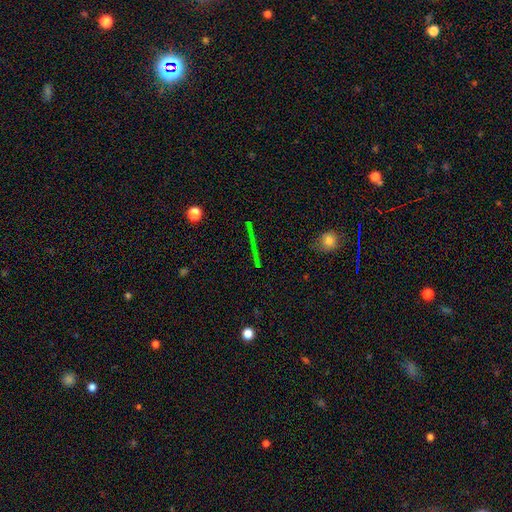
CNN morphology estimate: type=star or artifact (43%).